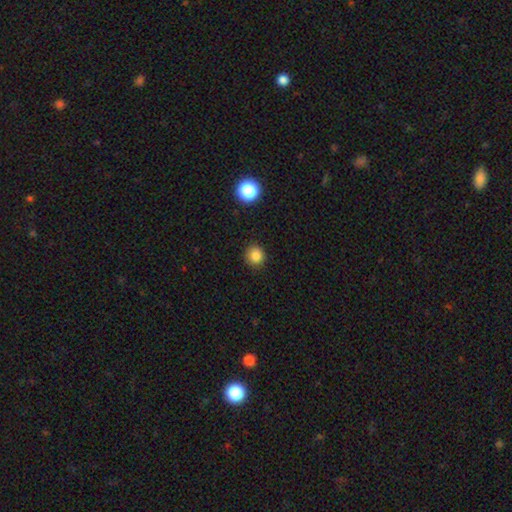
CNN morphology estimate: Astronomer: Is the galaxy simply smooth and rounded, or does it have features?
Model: smooth — 84%.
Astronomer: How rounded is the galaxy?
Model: round — 91%.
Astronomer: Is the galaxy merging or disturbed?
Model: none — 89%.